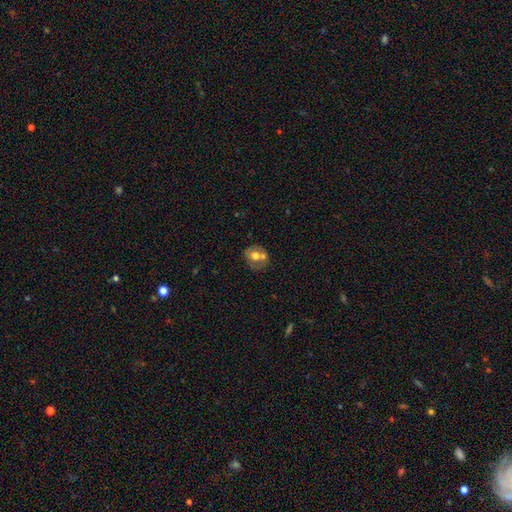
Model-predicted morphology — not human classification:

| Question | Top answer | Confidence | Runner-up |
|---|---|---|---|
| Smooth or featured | smooth | 53% | featured or disk (39%) |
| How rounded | round | 68% | in between (31%) |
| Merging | none | 50% | merger (29%) |